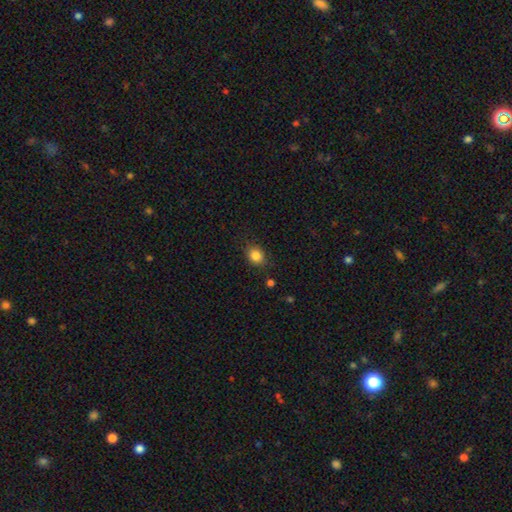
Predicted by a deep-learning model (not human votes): smooth 84%, star or artifact 10%, featured or disk 5%. Down the decision tree: how rounded — round (59%); merging — none (82%).